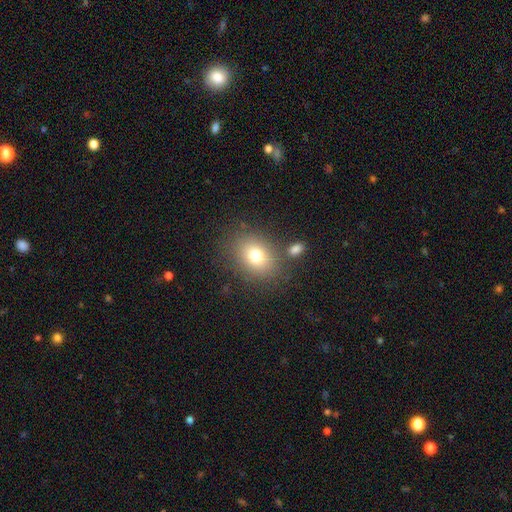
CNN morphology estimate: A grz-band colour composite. It shows a smooth galaxy with no disk features (75%) that is in between round and cigar-shaped (59%). Merging: none (77%).